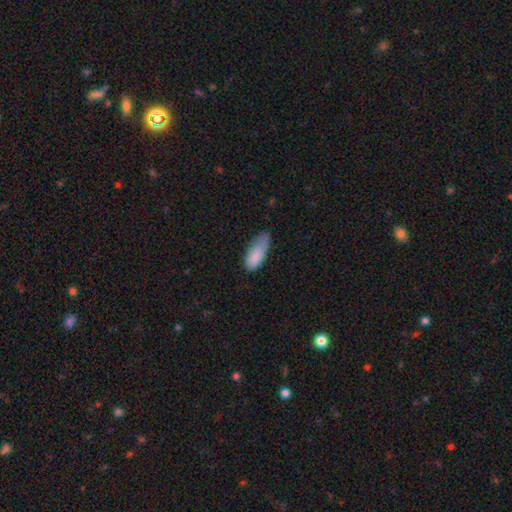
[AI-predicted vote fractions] A smooth galaxy with no disk features (85%) that is in between round and cigar-shaped (82%). Merging: minor disturbance (47%).